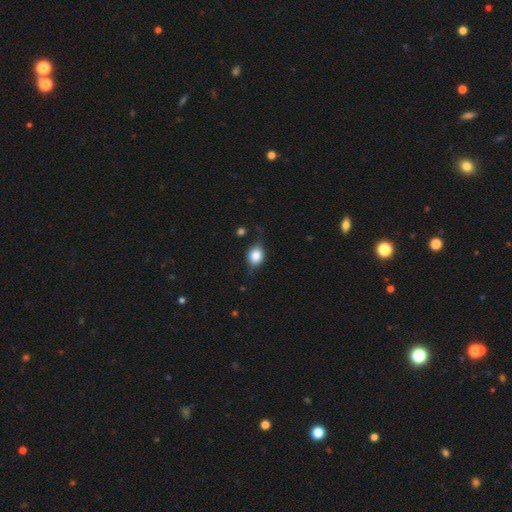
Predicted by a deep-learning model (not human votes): smooth-or-featured: smooth: 67% | featured or disk: 24% | star or artifact: 9%
  how-rounded: round: 57% | in between: 41% | cigar-shaped: 2%
  merging: none: 63% | minor disturbance: 26% | major disturbance: 9% | merger: 2%